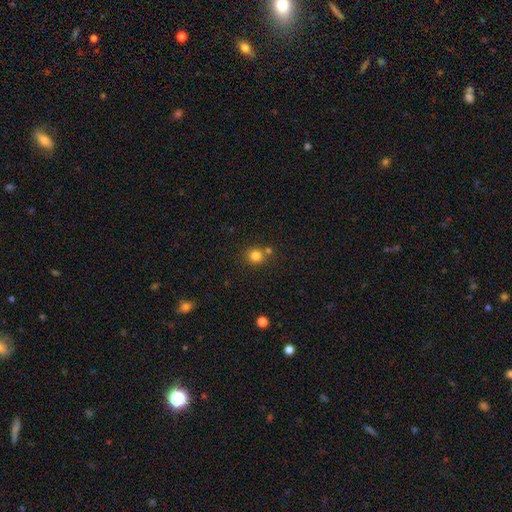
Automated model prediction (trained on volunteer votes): Smooth or featured: smooth — 81% (star or artifact — 13%)
How rounded: round — 87% (in between — 12%)
Merging: none — 71% (merger — 18%)